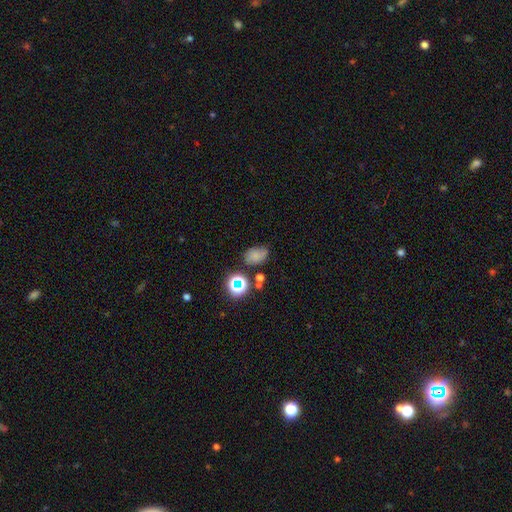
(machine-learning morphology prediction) This is possibly a smooth galaxy (60%). How rounded: likely in between (69%). Merging: possibly none (56%).